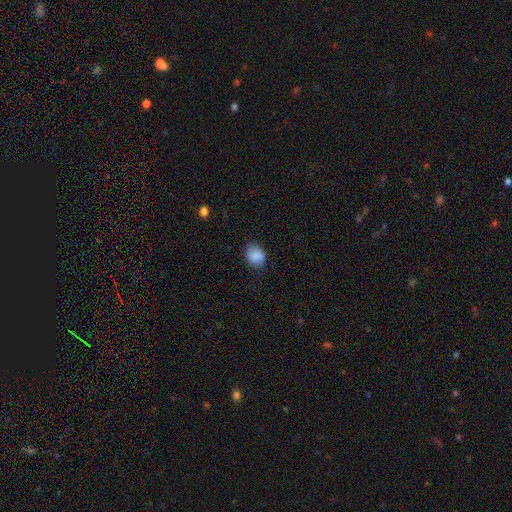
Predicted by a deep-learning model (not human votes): A smooth galaxy with no disk features (85%) that is round (50%). Merging: none (74%).